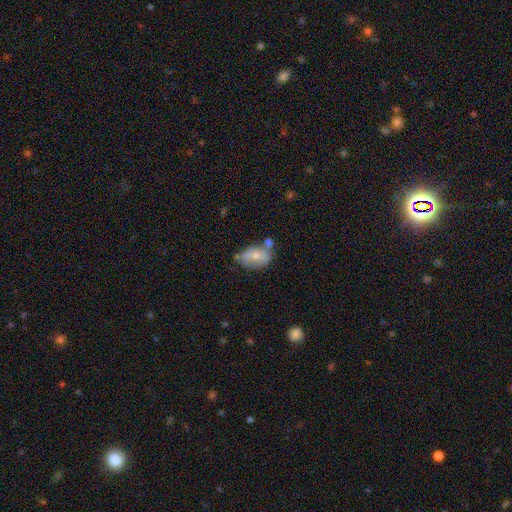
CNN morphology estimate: Q: Smooth or featured?
A: smooth (58%); runner-up: featured or disk (35%)
Q: How rounded?
A: in between (85%); runner-up: round (13%)
Q: Merging?
A: none (45%); runner-up: minor disturbance (25%)